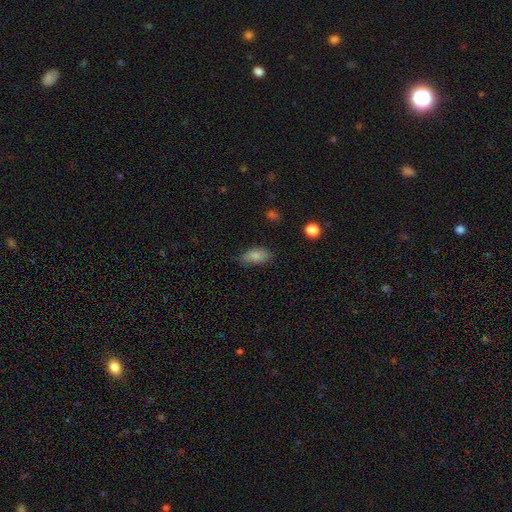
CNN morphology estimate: type=smooth (83%); roundness=in between (90%); merging=none (66%).